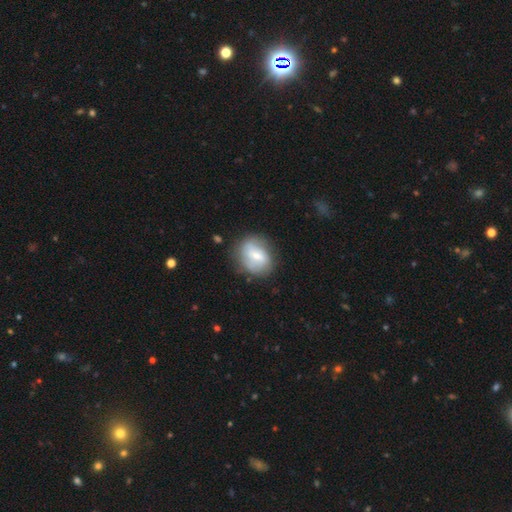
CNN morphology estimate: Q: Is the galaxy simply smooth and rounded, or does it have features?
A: featured or disk — 48%.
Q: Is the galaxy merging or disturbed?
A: none — 72%.